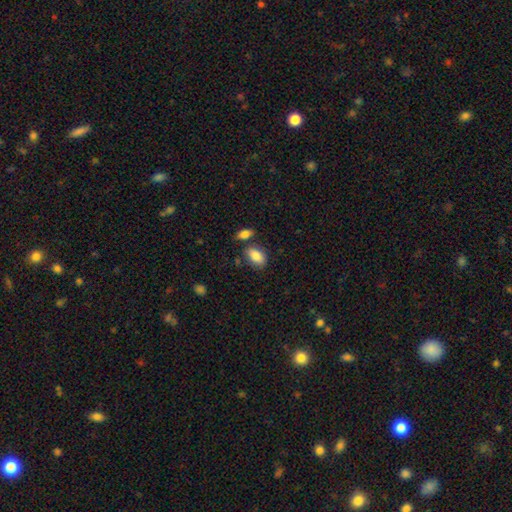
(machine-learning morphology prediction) Overall: smooth (85%). How rounded: in between (91%). Merging: none (72%).